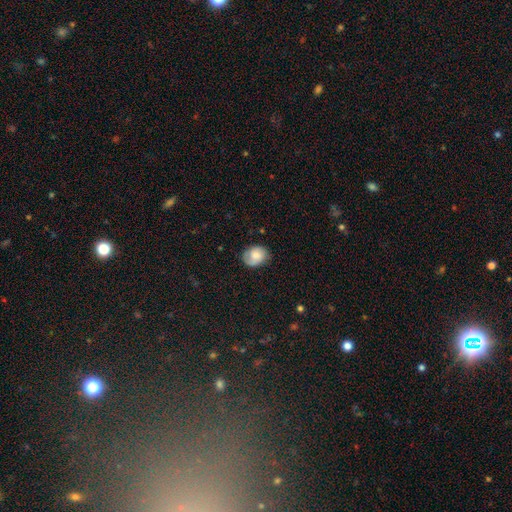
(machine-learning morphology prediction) type=smooth (65%); roundness=round (54%); merging=none (71%).